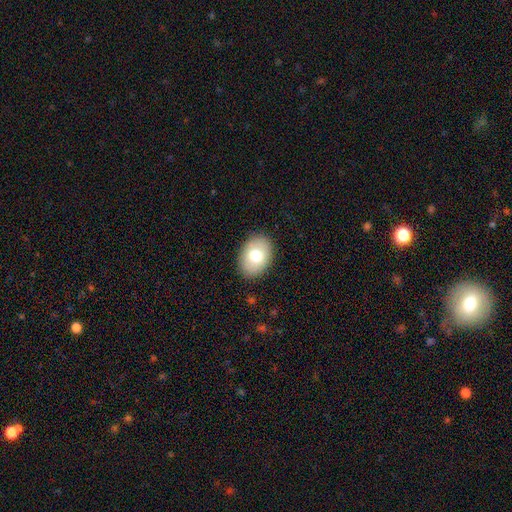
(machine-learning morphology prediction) A smooth galaxy with no disk features (75%) that is in between round and cigar-shaped (79%). Merging: none (88%).